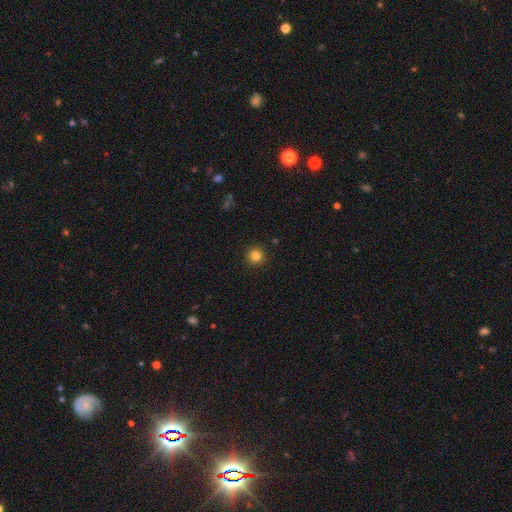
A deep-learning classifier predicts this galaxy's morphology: Q: Smooth or featured?
A: smooth (83%); runner-up: star or artifact (13%)
Q: How rounded?
A: round (95%); runner-up: in between (4%)
Q: Merging?
A: none (92%); runner-up: minor disturbance (5%)